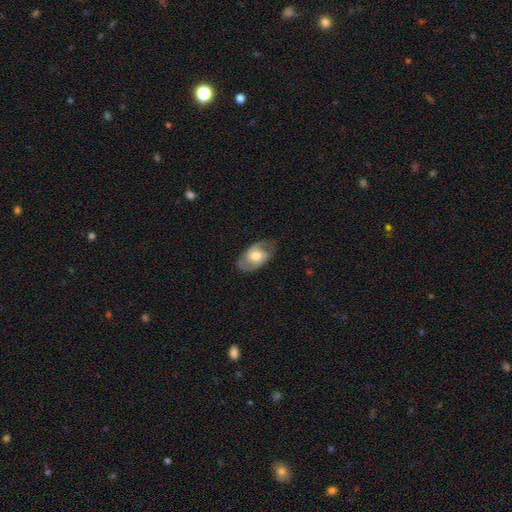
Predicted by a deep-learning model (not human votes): This appears to be a featured or disk galaxy (63%) with no bar (66%), spiral arms (79%) and a moderate central bulge (63%). Merging: none (73%).